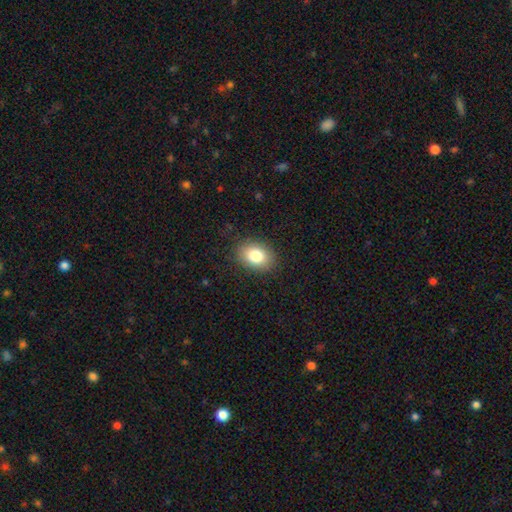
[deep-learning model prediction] A smooth galaxy with no disk features (83%) that is in between round and cigar-shaped (71%).

Vote fractions:
- Smooth or featured? smooth: 83% / star or artifact: 9% / featured or disk: 8%
- How rounded? in between: 71% / round: 28% / cigar-shaped: 1%
- Merging? none: 87% / minor disturbance: 9% / major disturbance: 3% / merger: 1%